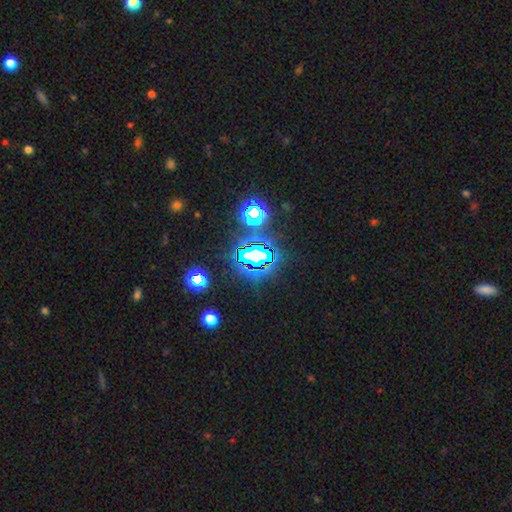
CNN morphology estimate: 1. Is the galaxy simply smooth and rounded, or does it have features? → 74% star or artifact, 15% smooth, 11% featured or disk.